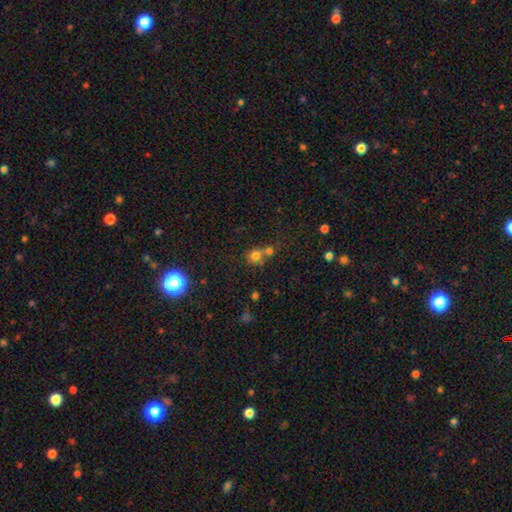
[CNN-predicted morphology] A smooth galaxy with no disk features (73%) that is round (86%).

Vote fractions:
- Smooth or featured? smooth: 73% / star or artifact: 17% / featured or disk: 10%
- How rounded? round: 86% / in between: 13% / cigar-shaped: 1%
- Merging? merger: 46% / none: 43% / minor disturbance: 7% / major disturbance: 4%